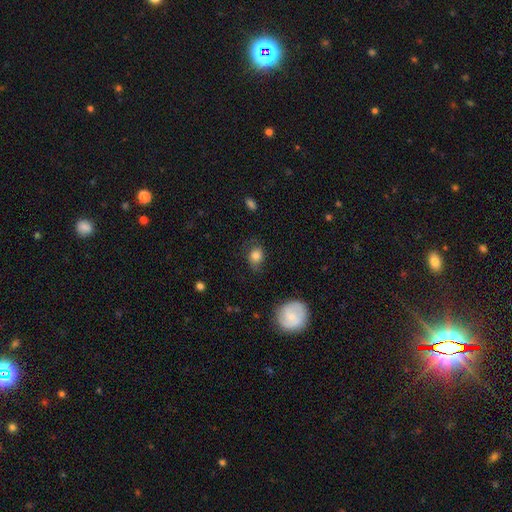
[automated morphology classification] smooth-or-featured: smooth: 75% | featured or disk: 15% | star or artifact: 10%
  how-rounded: in between: 55% | round: 43% | cigar-shaped: 2%
  merging: none: 65% | minor disturbance: 24% | major disturbance: 10% | merger: 2%